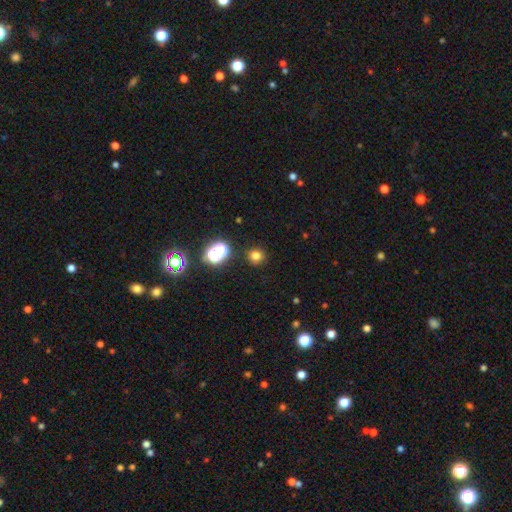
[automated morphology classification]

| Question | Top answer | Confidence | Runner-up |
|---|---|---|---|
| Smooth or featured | smooth | 72% | star or artifact (21%) |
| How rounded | round | 88% | in between (10%) |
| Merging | none | 86% | minor disturbance (8%) |